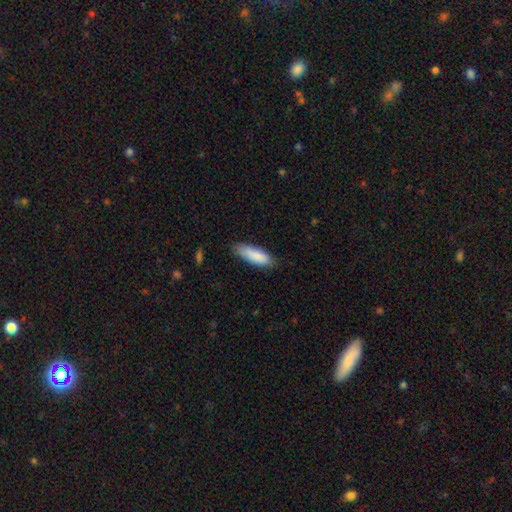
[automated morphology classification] Smooth or featured? smooth (87%)
How rounded? in between (58%)
Merging? none (79%)